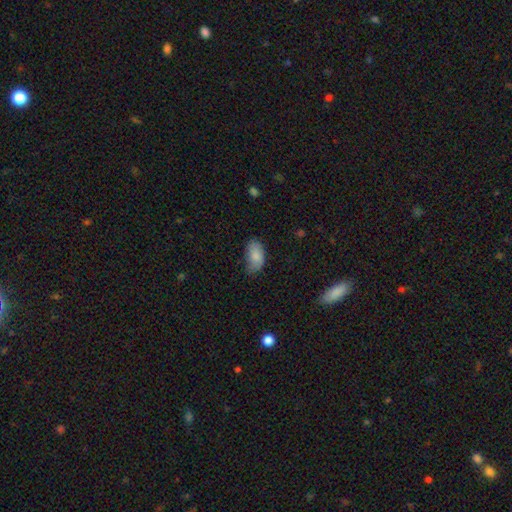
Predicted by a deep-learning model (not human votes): This is clearly a smooth galaxy (84%). How rounded: clearly in between (94%). Merging: possibly none (59%).